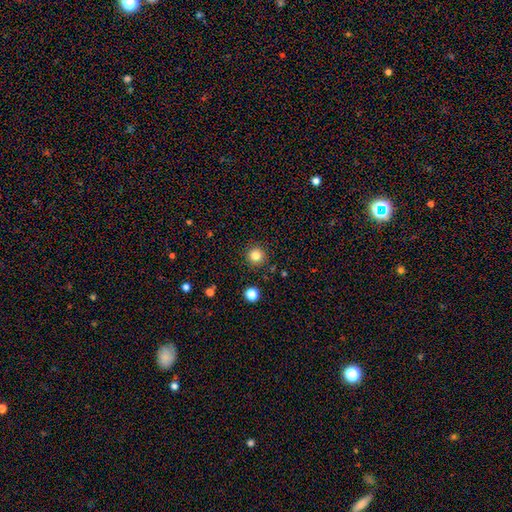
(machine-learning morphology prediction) A smooth galaxy with no disk features (83%) that is round (95%). Merging: none (90%).